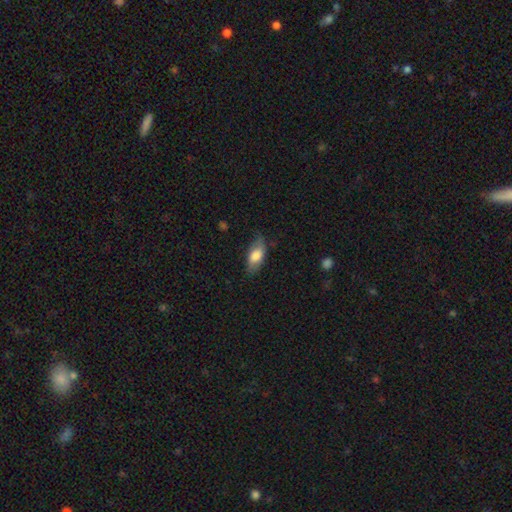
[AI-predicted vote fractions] Smooth or featured? Predicted: smooth (p=0.72). How rounded? Predicted: in between (p=0.84). Merging? Predicted: none (p=0.70).